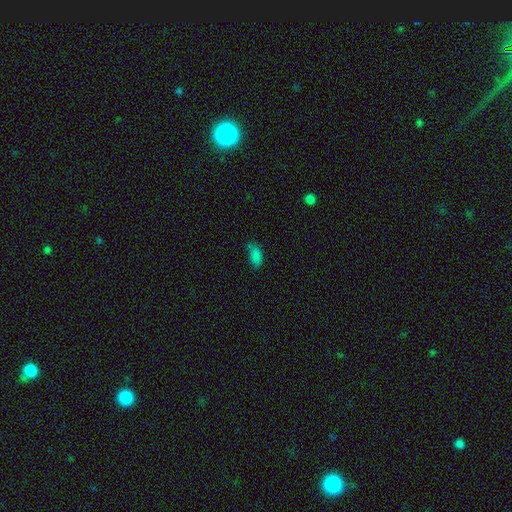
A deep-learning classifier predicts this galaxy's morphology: Smooth or featured? smooth (80%)
How rounded? in between (91%)
Merging? none (56%)